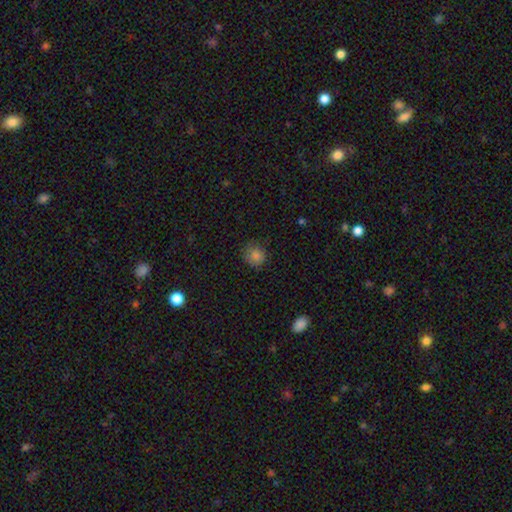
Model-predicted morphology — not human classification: Smooth or featured? smooth (81%)
How rounded? round (84%)
Merging? none (80%)